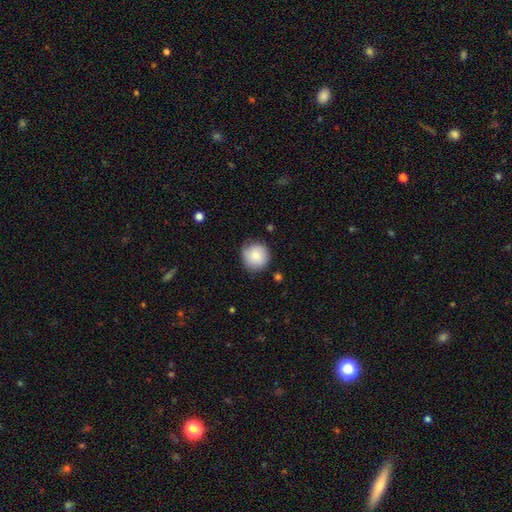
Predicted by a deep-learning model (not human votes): This appears to be a smooth galaxy with no disk features (80%) that is round (94%). Merging: none (79%).